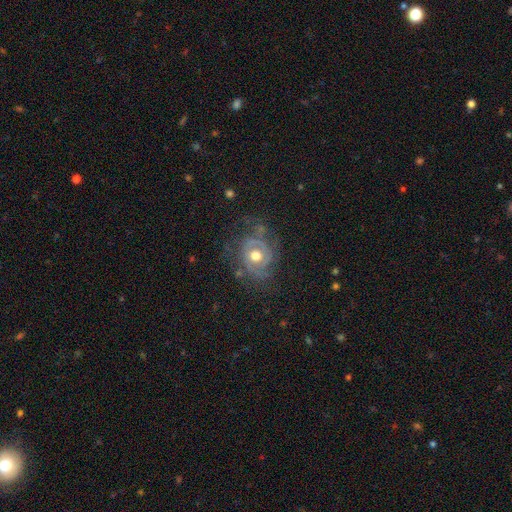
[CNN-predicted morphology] Smooth or featured? Predicted: featured or disk (p=0.77). Edge-on disk? Predicted: no (p=0.97). Bar? Predicted: no (p=0.81). Spiral arms? Predicted: yes (p=0.77). Spiral winding? Predicted: tight (p=0.60). Spiral arm count? Predicted: 2 (p=0.35). Bulge size? Predicted: moderate (p=0.77). Merging? Predicted: none (p=0.59).